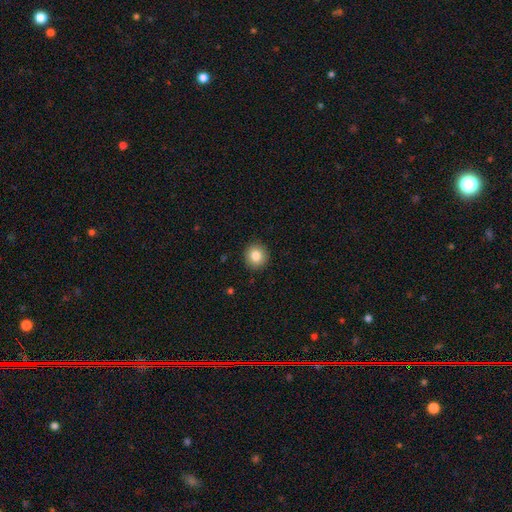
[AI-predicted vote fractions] Overall: smooth (83%). How rounded: round (91%). Merging: none (91%).